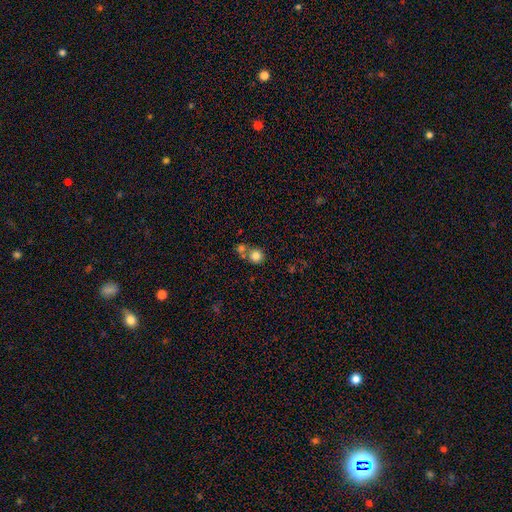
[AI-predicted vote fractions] Overall: smooth (81%). How rounded: round (91%). Merging: none (55%; merger 35%).